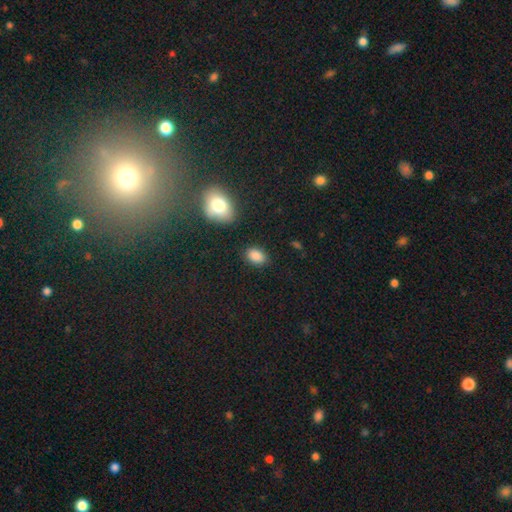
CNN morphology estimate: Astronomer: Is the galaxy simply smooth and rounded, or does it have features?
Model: smooth — 87%.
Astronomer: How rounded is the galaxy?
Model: in between — 84%.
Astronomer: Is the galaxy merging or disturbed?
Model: none — 84%.